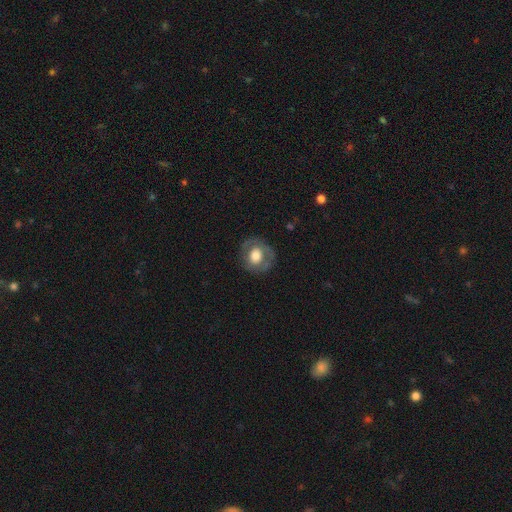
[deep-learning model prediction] Smooth or featured? smooth (55%)
How rounded? round (80%)
Merging? none (76%)